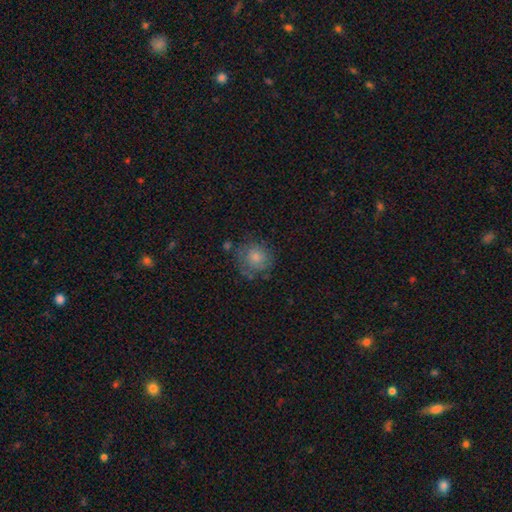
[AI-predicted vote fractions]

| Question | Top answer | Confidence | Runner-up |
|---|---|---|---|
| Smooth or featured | smooth | 61% | featured or disk (23%) |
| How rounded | round | 87% | in between (12%) |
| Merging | none | 69% | minor disturbance (19%) |